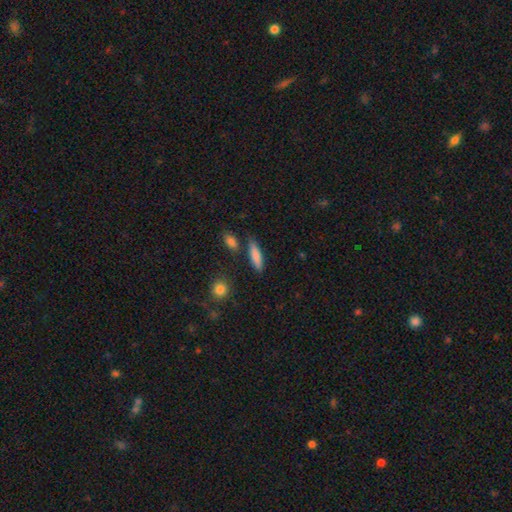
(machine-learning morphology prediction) Overall: smooth (83%). How rounded: cigar-shaped (67%; in between 30%). Merging: none (80%).